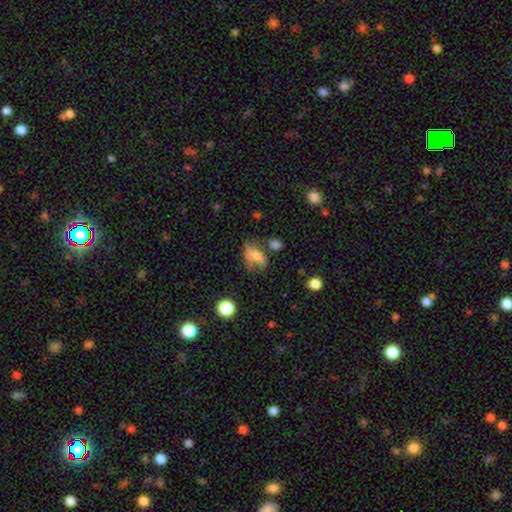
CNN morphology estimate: smooth 66%, featured or disk 23%, star or artifact 11%. Down the decision tree: how rounded — in between (81%); merging — none (39%).